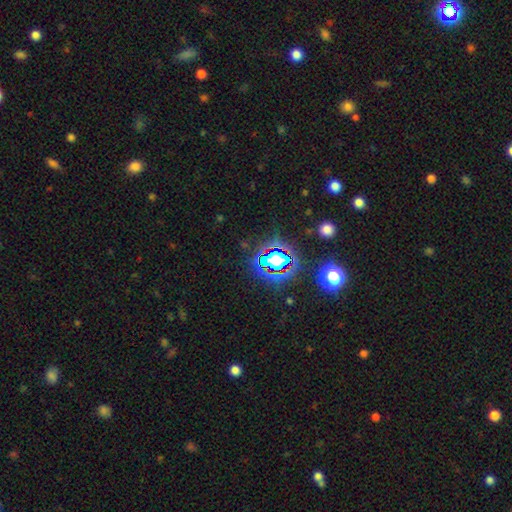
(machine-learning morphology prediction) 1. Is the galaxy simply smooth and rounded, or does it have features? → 78% star or artifact, 14% smooth, 8% featured or disk.